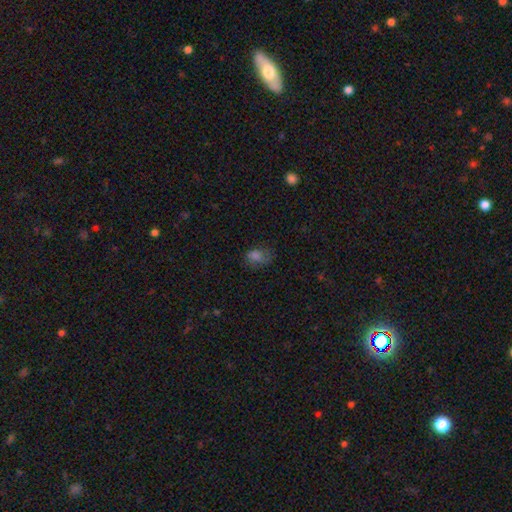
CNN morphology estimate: Q: Smooth or featured?
A: smooth (66%); runner-up: featured or disk (18%)
Q: How rounded?
A: in between (75%); runner-up: round (23%)
Q: Merging?
A: none (48%); runner-up: minor disturbance (29%)